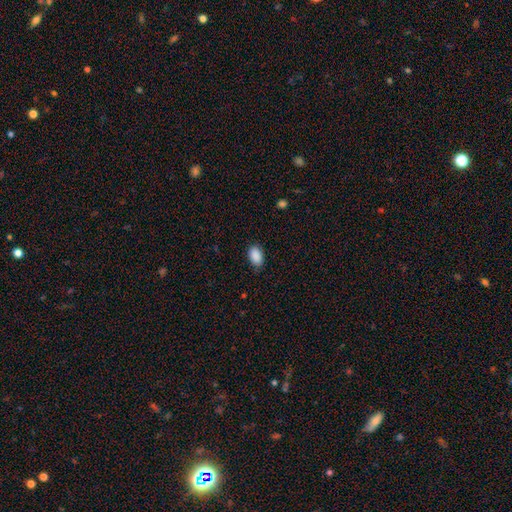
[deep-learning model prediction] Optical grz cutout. It shows a smooth galaxy with no disk features (90%) that is in between round and cigar-shaped (92%). Merging: none (84%).